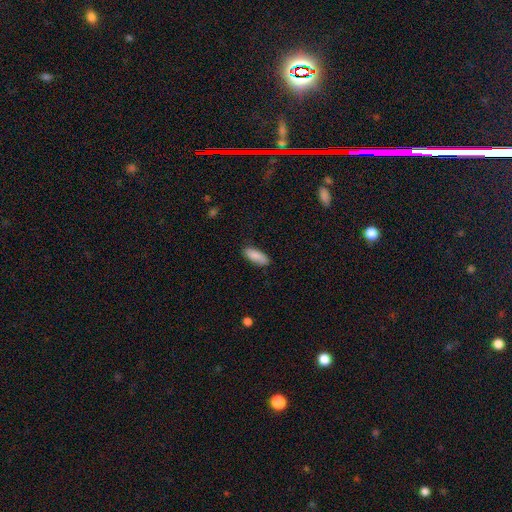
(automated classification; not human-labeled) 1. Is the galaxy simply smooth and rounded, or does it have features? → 88% smooth, 6% star or artifact, 6% featured or disk.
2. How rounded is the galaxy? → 75% in between, 23% cigar-shaped, 2% round.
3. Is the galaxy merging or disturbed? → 84% none, 12% minor disturbance, 2% major disturbance, 1% merger.